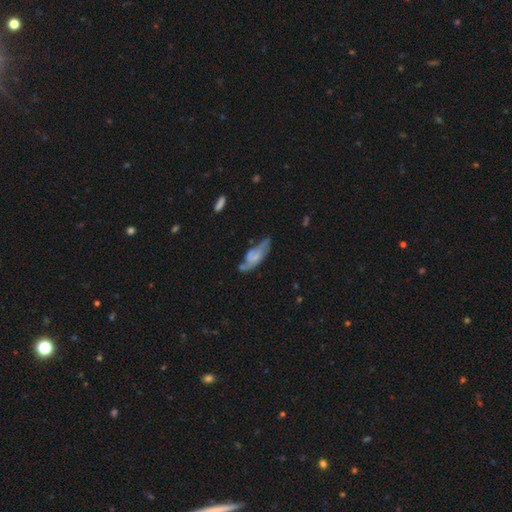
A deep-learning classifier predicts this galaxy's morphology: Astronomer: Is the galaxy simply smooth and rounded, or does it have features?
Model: featured or disk — 47% (runner-up: smooth, 46%).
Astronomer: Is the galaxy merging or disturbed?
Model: none — 43% (runner-up: minor disturbance, 32%).